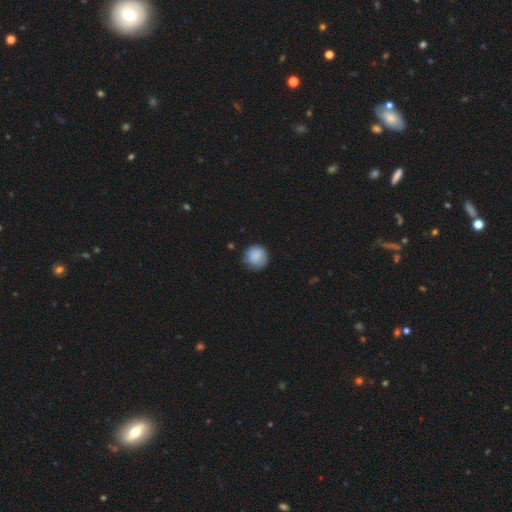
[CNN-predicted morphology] The model was most divided on "merging": none: 73%, minor disturbance: 21%, major disturbance: 5%, merger: 1%. More confident: how rounded — round (91%); smooth or featured — smooth (86%).